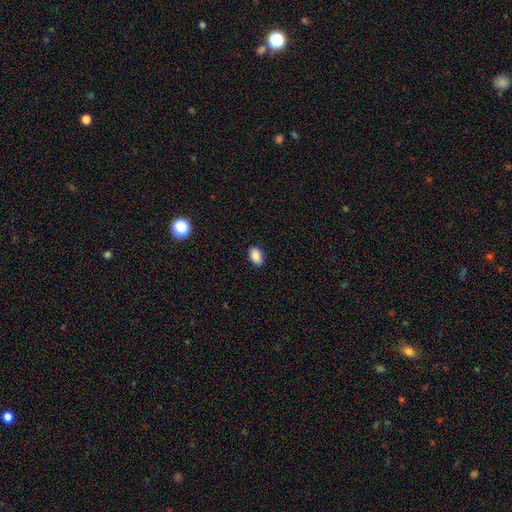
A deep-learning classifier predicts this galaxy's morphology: smooth-or-featured: smooth: 88% | star or artifact: 8% | featured or disk: 3%
  how-rounded: in between: 89% | round: 9% | cigar-shaped: 1%
  merging: none: 88% | minor disturbance: 9% | major disturbance: 2% | merger: 1%